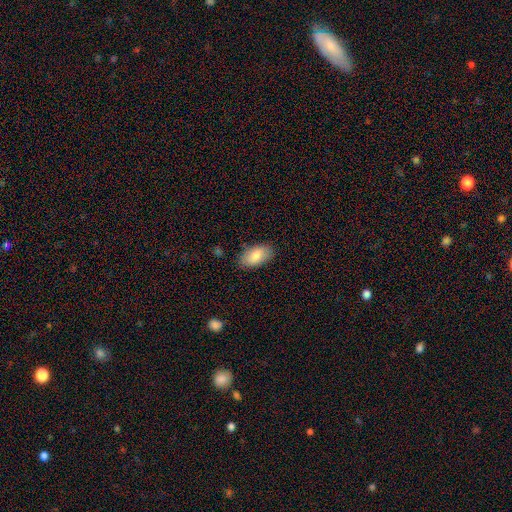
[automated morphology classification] smooth 83%, featured or disk 11%, star or artifact 6%. Down the decision tree: how rounded — in between (95%); merging — none (84%).